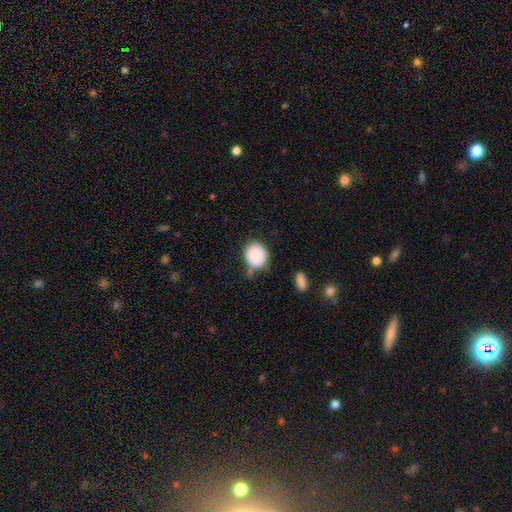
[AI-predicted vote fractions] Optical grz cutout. It shows a smooth galaxy with no disk features (84%) that is round (78%). Merging: none (55%).